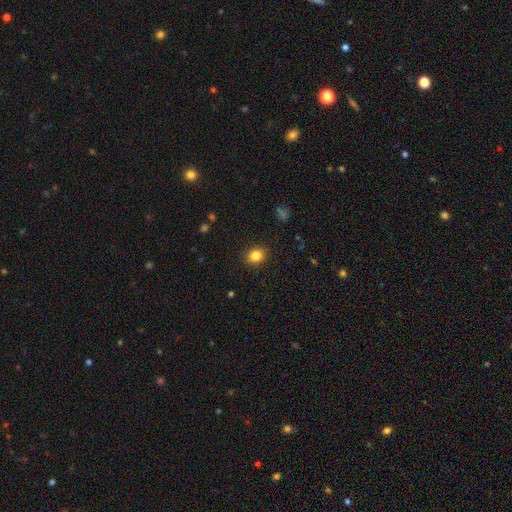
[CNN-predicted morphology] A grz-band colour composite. It shows a smooth galaxy with no disk features (84%) that is round (54%). Merging: none (89%).